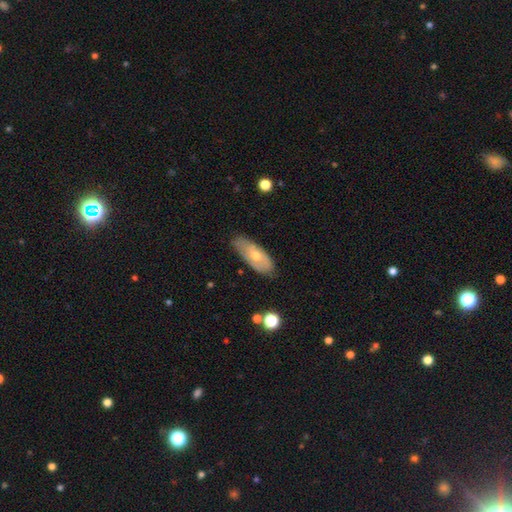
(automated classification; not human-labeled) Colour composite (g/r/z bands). It shows a smooth galaxy with no disk features (50%) that is in between round and cigar-shaped (79%). Merging: none (77%).